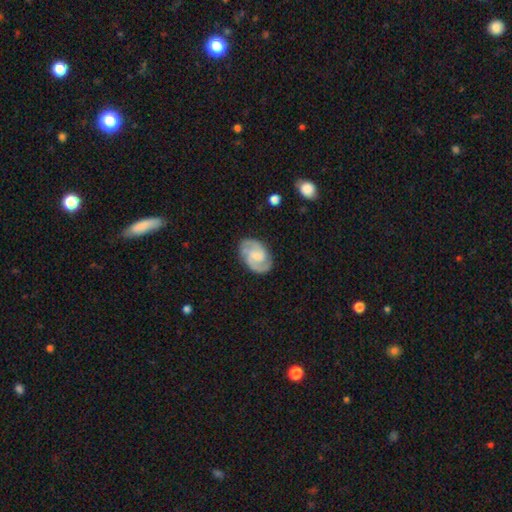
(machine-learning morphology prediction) The model was most divided on "bulge size": small: 33%, moderate: 30%, none: 29%, large: 7%, dominant: 1%. More confident: edge-on disk — no (98%); spiral arms — yes (96%); spiral arm count — 2 (86%); smooth or featured — featured or disk (81%); merging — none (80%); bar — weak (52%); spiral winding — medium (51%).